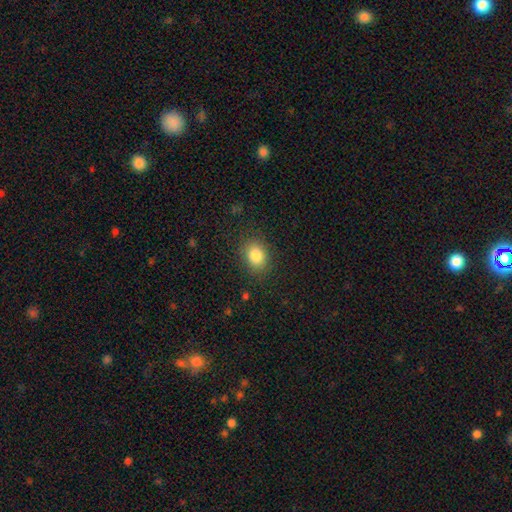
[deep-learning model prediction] A smooth galaxy with no disk features (84%) that is in between round and cigar-shaped (54%).

Vote fractions:
- Smooth or featured? smooth: 84% / star or artifact: 10% / featured or disk: 6%
- How rounded? in between: 54% / round: 45% / cigar-shaped: 1%
- Merging? none: 85% / minor disturbance: 11% / major disturbance: 4% / merger: 1%